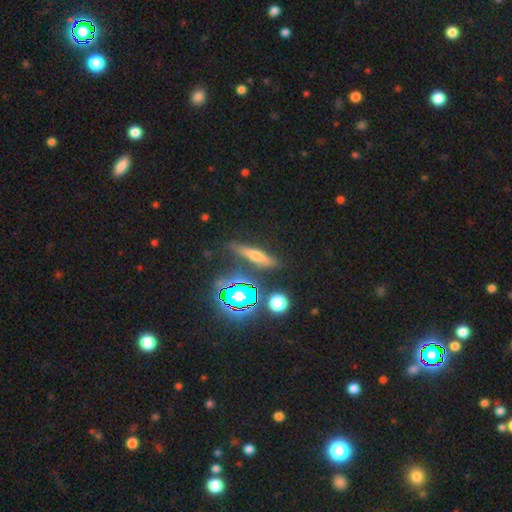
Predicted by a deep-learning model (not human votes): A smooth galaxy with no disk features (45%).

Vote fractions:
- Smooth or featured? smooth: 45% / featured or disk: 36% / star or artifact: 19%
- Merging? none: 82% / minor disturbance: 11% / merger: 4% / major disturbance: 3%